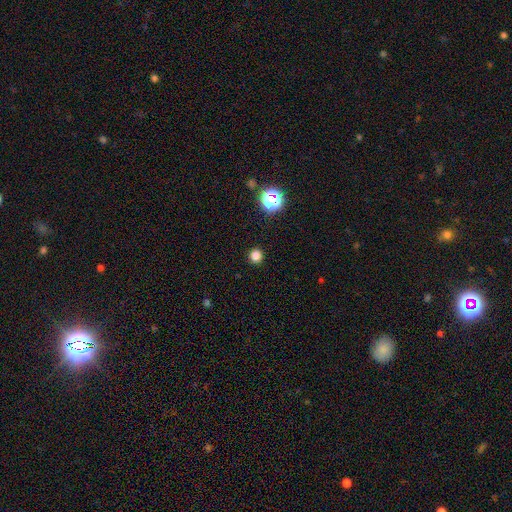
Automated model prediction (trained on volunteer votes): Smooth or featured? Predicted: smooth (p=0.80). How rounded? Predicted: round (p=0.94). Merging? Predicted: none (p=0.92).